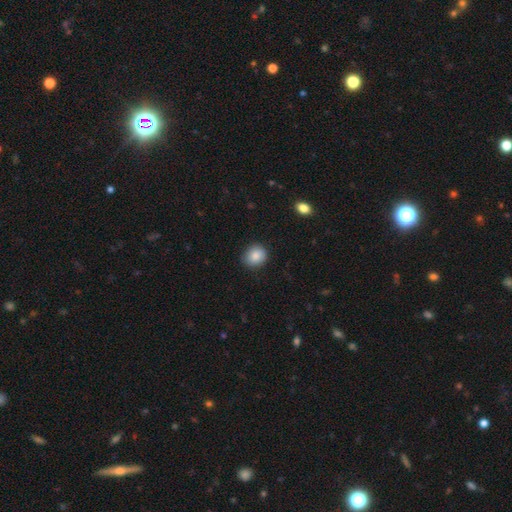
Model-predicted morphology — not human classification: The model was most divided on "how rounded": round: 71%, in between: 28%, cigar-shaped: 1%. More confident: smooth or featured — smooth (87%); merging — none (85%).